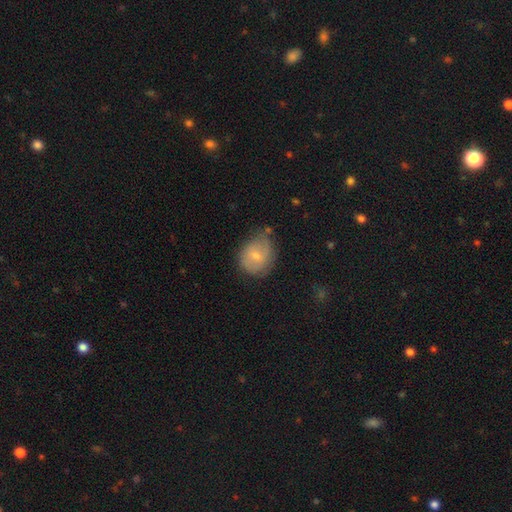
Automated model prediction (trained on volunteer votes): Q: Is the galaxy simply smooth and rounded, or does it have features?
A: smooth — 66%.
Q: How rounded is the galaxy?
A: round — 62%.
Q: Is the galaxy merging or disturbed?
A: none — 55%.